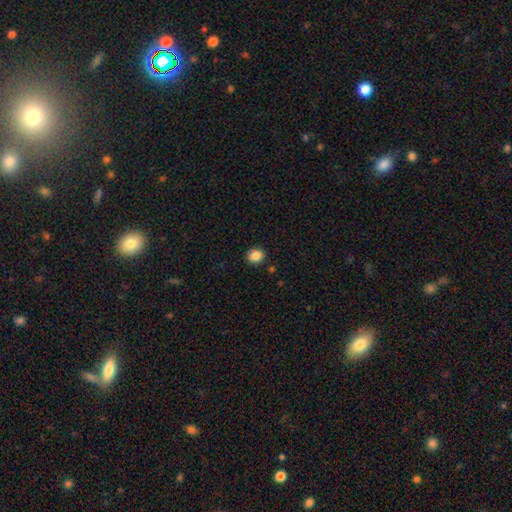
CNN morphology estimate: This appears to be a smooth galaxy with no disk features (86%) that is round (71%). Merging: none (88%).